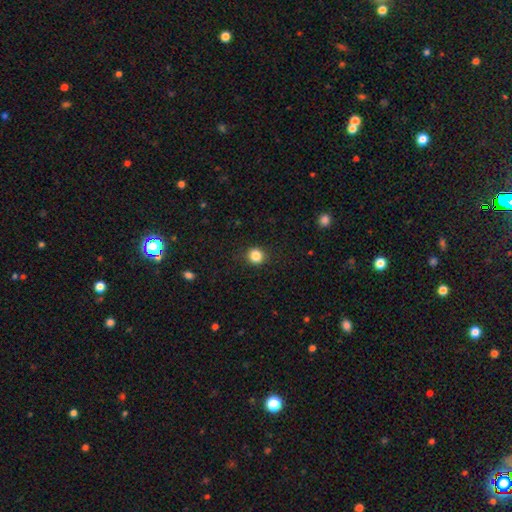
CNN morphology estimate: smooth-or-featured: smooth: 84% | star or artifact: 12% | featured or disk: 4%
  how-rounded: round: 91% | in between: 9% | cigar-shaped: 1%
  merging: none: 90% | minor disturbance: 7% | major disturbance: 2% | merger: 1%